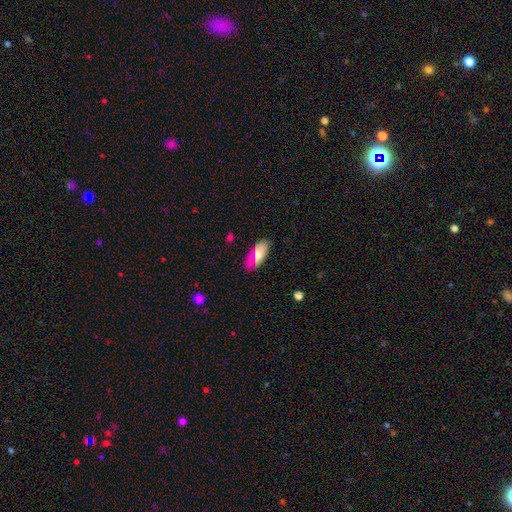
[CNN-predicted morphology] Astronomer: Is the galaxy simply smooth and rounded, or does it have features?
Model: smooth — 71%.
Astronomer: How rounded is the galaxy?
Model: in between — 83%.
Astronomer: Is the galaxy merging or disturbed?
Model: none — 84%.